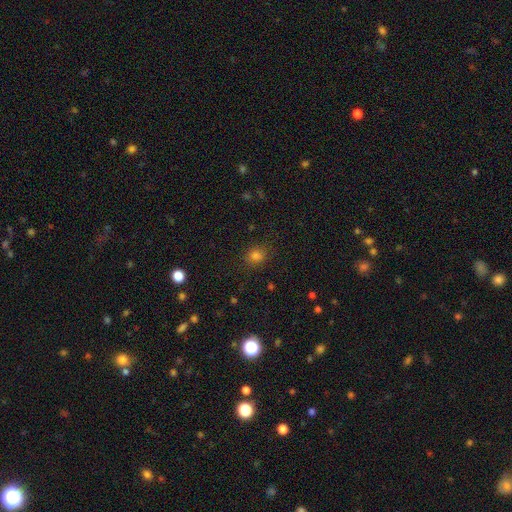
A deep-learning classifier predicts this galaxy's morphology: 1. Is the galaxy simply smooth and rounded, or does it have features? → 76% smooth, 18% star or artifact, 5% featured or disk.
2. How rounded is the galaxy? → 72% round, 27% in between, 1% cigar-shaped.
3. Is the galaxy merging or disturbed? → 85% none, 10% minor disturbance, 3% major disturbance, 1% merger.